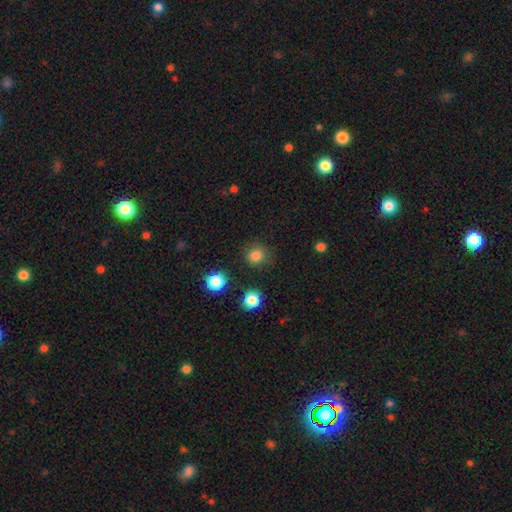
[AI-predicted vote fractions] Smooth or featured?
  - smooth: 82% *
  - star or artifact: 14%
  - featured or disk: 4%
How rounded?
  - round: 91% *
  - in between: 8%
  - cigar-shaped: 1%
Merging?
  - none: 85% *
  - minor disturbance: 9%
  - major disturbance: 3%
  - merger: 3%